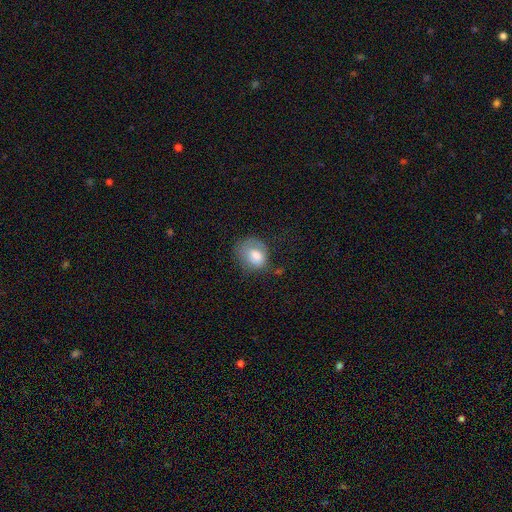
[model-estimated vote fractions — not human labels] Smooth or featured?
  - smooth: 74% *
  - featured or disk: 17%
  - star or artifact: 8%
How rounded?
  - in between: 50% *
  - round: 49%
  - cigar-shaped: 1%
Merging?
  - none: 43% *
  - minor disturbance: 30%
  - major disturbance: 23%
  - merger: 3%